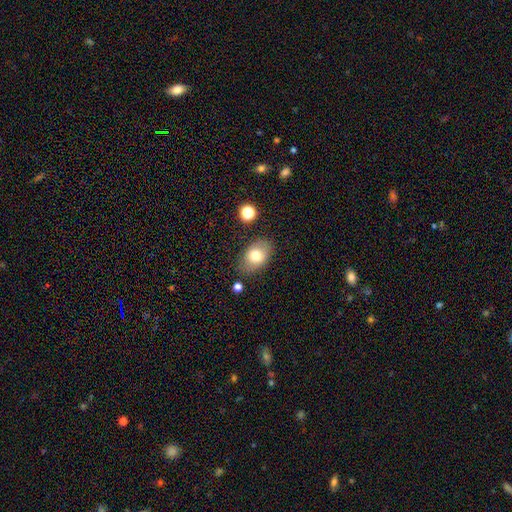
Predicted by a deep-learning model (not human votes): Smooth or featured? smooth (76%)
How rounded? in between (83%)
Merging? none (77%)